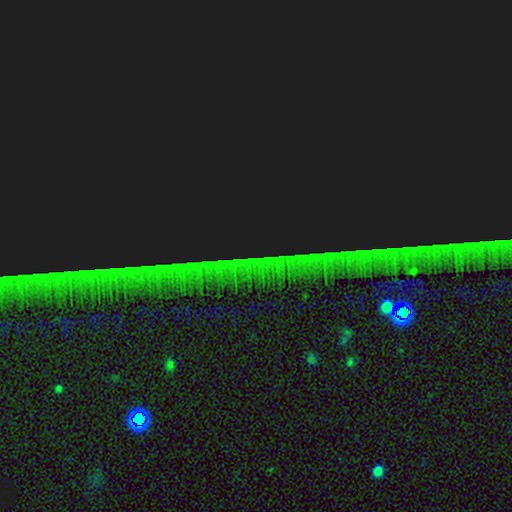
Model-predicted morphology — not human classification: smooth_or_featured: star or artifact (p=0.86) [alt: featured or disk p=0.07]